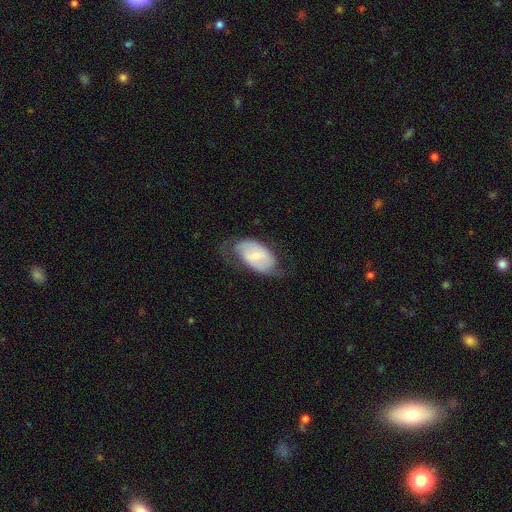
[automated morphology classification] A featured or disk galaxy (58%) with a weak bar (42%), spiral arms (71%) and a small central bulge (56%).

Vote fractions:
- Smooth or featured? featured or disk: 58% / smooth: 36% / star or artifact: 6%
- Edge-on disk? no: 93% / yes: 7%
- Bar? weak: 42% / no: 39% / strong: 19%
- Spiral arms? yes: 71% / no: 29%
- Bulge size? small: 56% / moderate: 38% / large: 2% / none: 2% / dominant: 1%
- Merging? none: 60% / minor disturbance: 23% / major disturbance: 15% / merger: 1%